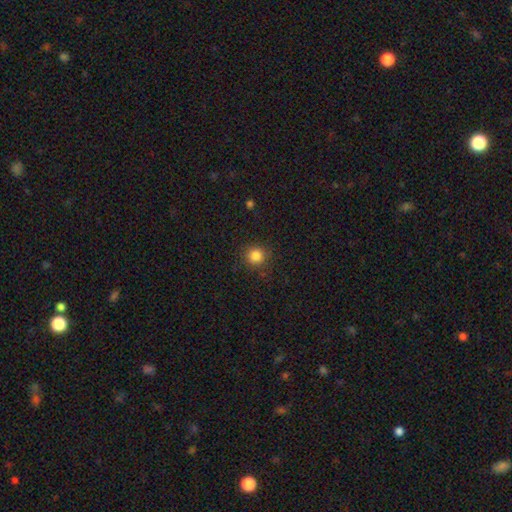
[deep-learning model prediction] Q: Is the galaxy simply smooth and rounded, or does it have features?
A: smooth — 84%.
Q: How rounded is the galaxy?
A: round — 94%.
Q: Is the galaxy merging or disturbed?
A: none — 89%.